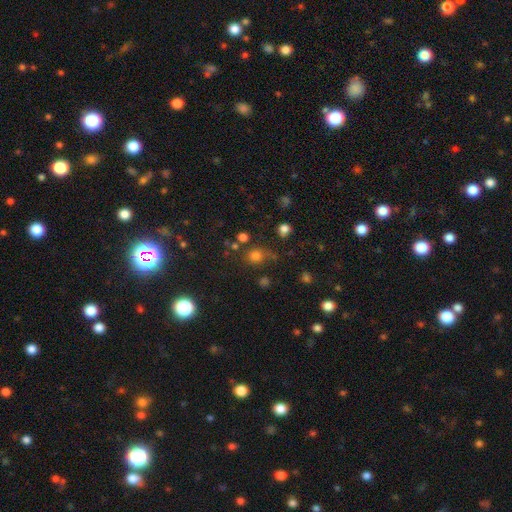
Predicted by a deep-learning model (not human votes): Q: Smooth or featured?
A: smooth (72%); runner-up: star or artifact (21%)
Q: How rounded?
A: round (84%); runner-up: in between (15%)
Q: Merging?
A: none (70%); runner-up: minor disturbance (15%)